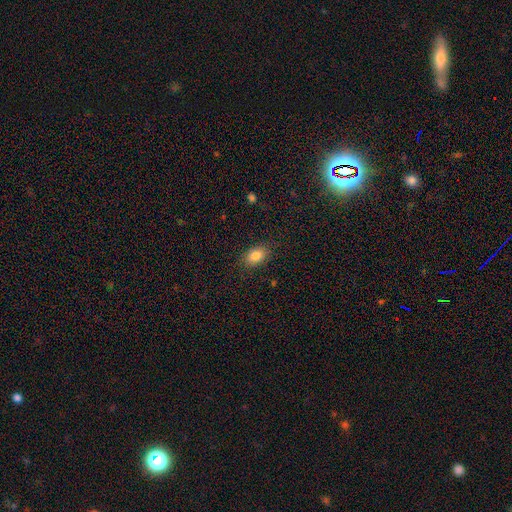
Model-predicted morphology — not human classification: smooth_or_featured: smooth (p=0.84) [alt: star or artifact p=0.09]
how_rounded: in between (p=0.84) [alt: round p=0.15]
merging: none (p=0.85) [alt: minor disturbance p=0.11]